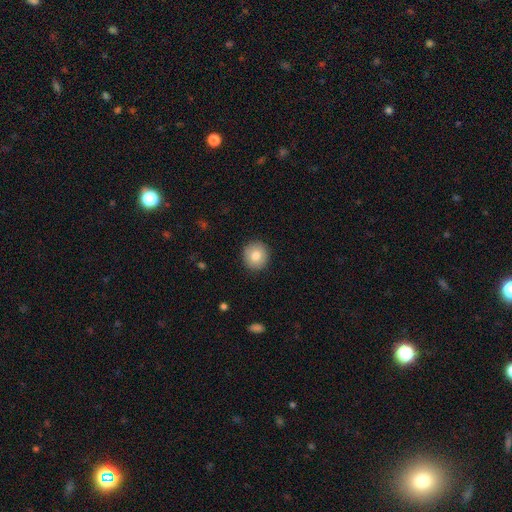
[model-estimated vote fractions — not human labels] Morphology: type=smooth (81%); roundness=round (91%); merging=none (91%).